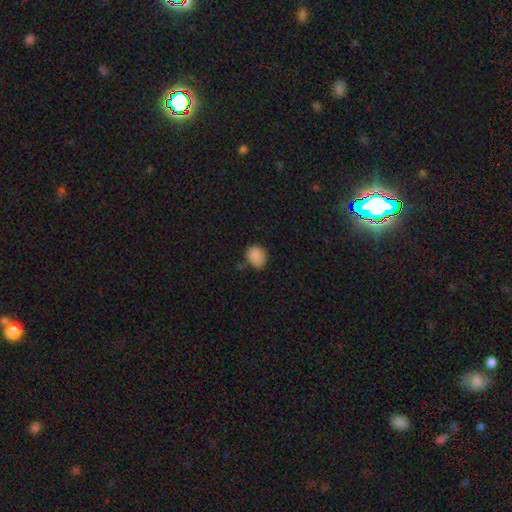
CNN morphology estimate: A smooth galaxy with no disk features (87%) that is round (53%).

Vote fractions:
- Smooth or featured? smooth: 87% / star or artifact: 9% / featured or disk: 4%
- How rounded? round: 53% / in between: 46% / cigar-shaped: 1%
- Merging? none: 63% / minor disturbance: 28% / major disturbance: 6% / merger: 4%